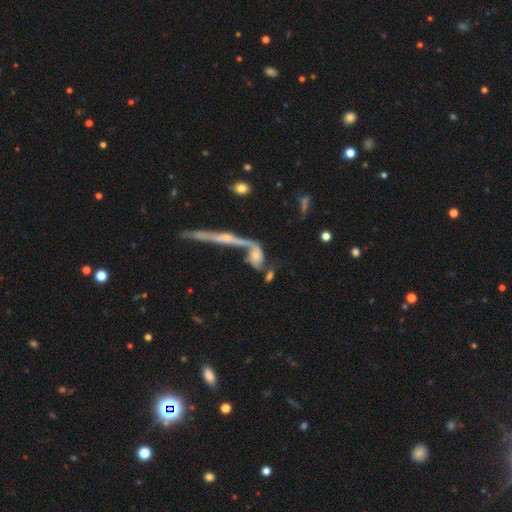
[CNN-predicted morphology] Smooth or featured: featured or disk — 56% (smooth — 34%)
Edge-on disk: no — 71% (yes — 29%)
Merging: merger — 48% (none — 27%)